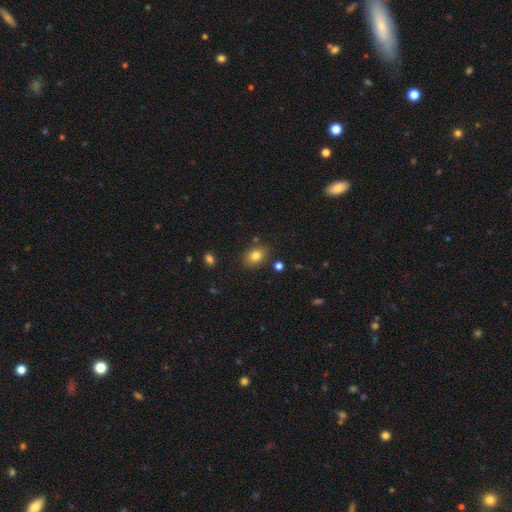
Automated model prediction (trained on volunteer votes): A smooth galaxy with no disk features (82%) that is in between round and cigar-shaped (68%).

Vote fractions:
- Smooth or featured? smooth: 82% / star or artifact: 10% / featured or disk: 8%
- How rounded? in between: 68% / round: 31% / cigar-shaped: 1%
- Merging? none: 82% / minor disturbance: 12% / merger: 4% / major disturbance: 3%